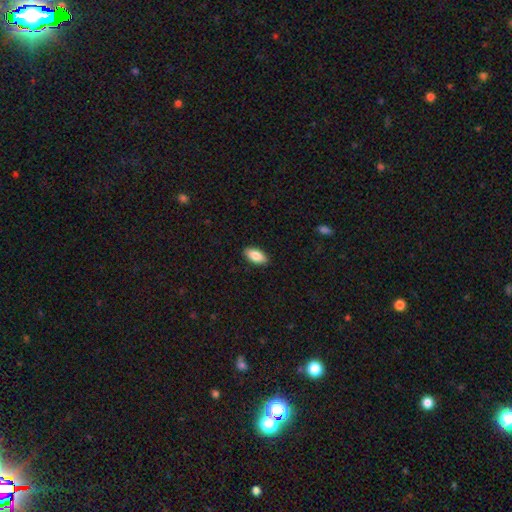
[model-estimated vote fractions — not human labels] This is clearly a smooth galaxy (85%). How rounded: clearly in between (91%). Merging: clearly none (90%).